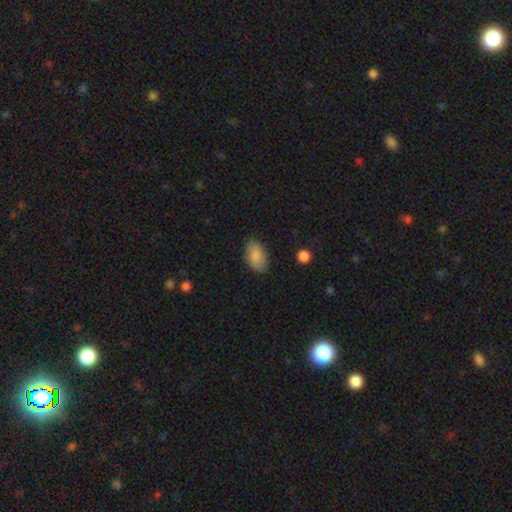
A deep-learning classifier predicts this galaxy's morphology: This is clearly a smooth galaxy (82%). How rounded: clearly in between (92%). Merging: clearly none (81%).